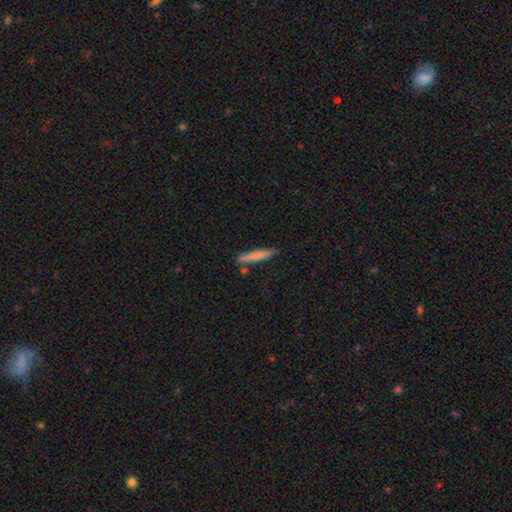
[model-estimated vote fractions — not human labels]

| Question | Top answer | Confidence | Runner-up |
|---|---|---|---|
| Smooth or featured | smooth | 74% | featured or disk (20%) |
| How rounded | cigar-shaped | 94% | in between (5%) |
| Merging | none | 80% | minor disturbance (12%) |